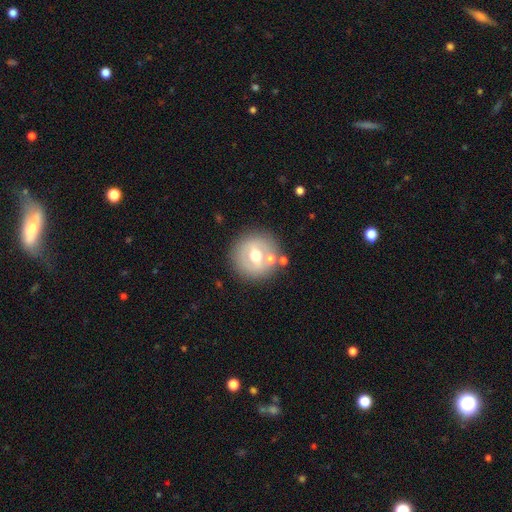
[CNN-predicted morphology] Smooth or featured: featured or disk — 48% (smooth — 43%)
Merging: none — 76% (minor disturbance — 11%)